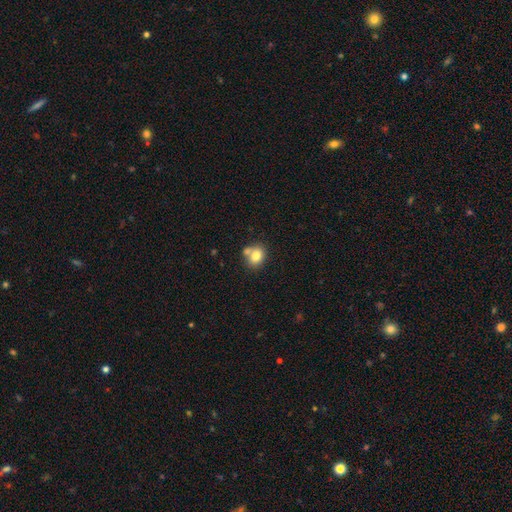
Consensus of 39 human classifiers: Smooth or featured? 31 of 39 (79%) said smooth. How rounded? 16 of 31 (52%) said round. Merging? 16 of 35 (46%) said none.